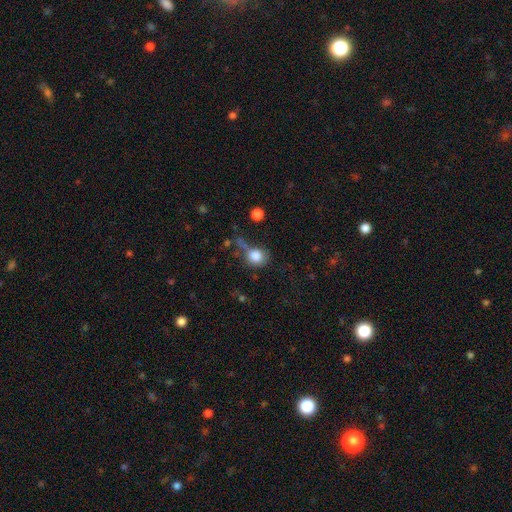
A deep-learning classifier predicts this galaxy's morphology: smooth 82%, star or artifact 10%, featured or disk 8%. Down the decision tree: how rounded — round (76%); merging — none (50%).